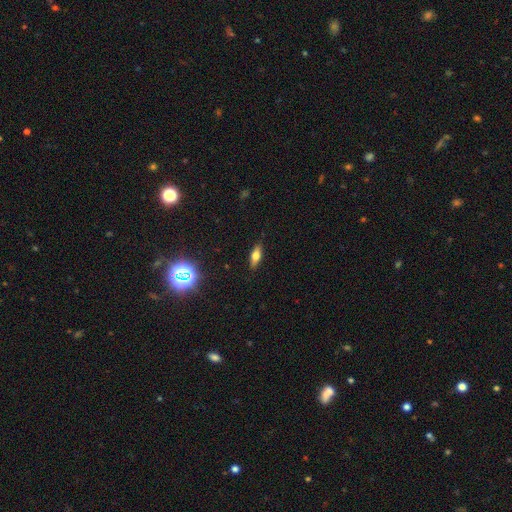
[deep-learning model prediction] This appears to be a smooth galaxy with no disk features (58%) that is in between round and cigar-shaped (60%). Merging: none (87%).